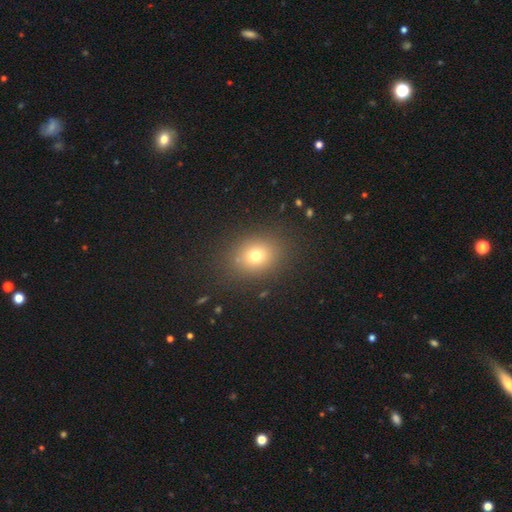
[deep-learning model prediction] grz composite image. It shows a smooth galaxy with no disk features (74%) that is round (52%). Merging: none (85%).